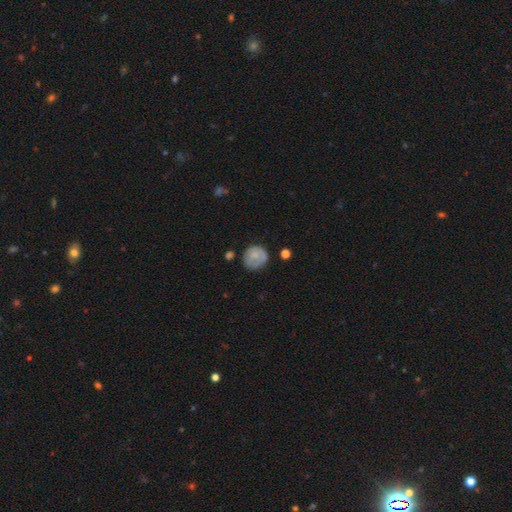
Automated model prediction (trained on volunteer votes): Smooth or featured: smooth — 73% (featured or disk — 19%)
How rounded: round — 86% (in between — 13%)
Merging: none — 63% (minor disturbance — 25%)